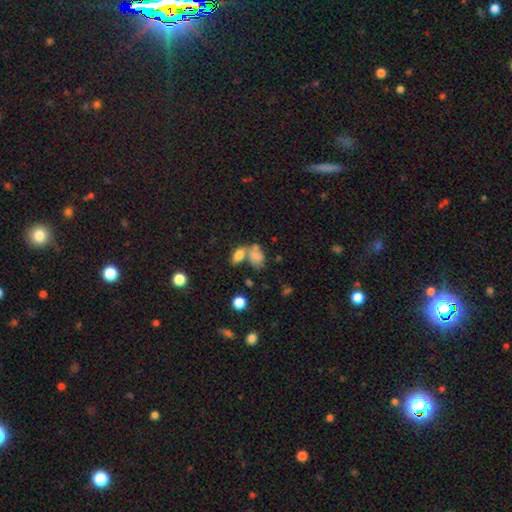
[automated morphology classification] Overall: smooth (73%). How rounded: in between (83%). Merging: merger (51%; none 28%).